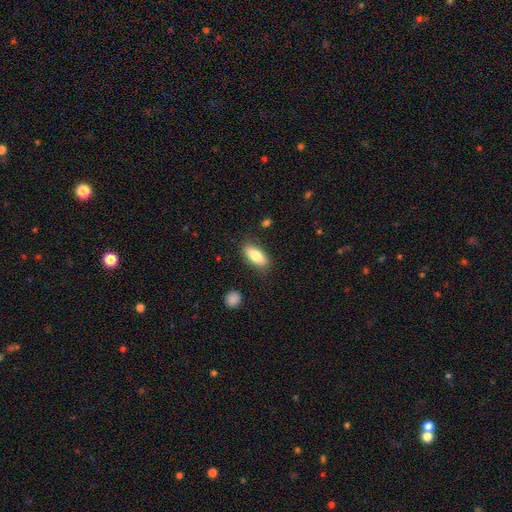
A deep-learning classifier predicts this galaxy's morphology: Overall: smooth (79%). How rounded: in between (75%). Merging: none (84%).